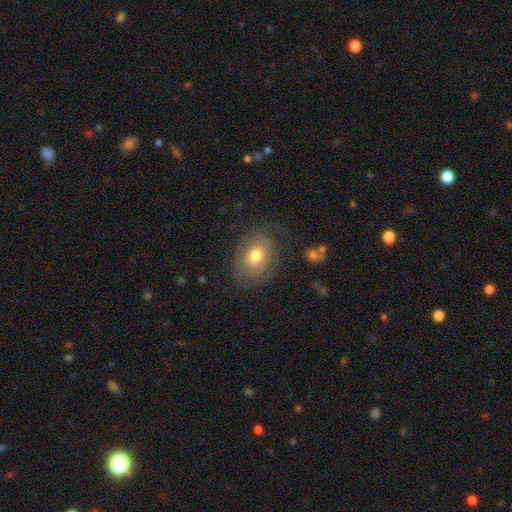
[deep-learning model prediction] Smooth or featured?
  - smooth: 47% *
  - featured or disk: 44%
  - star or artifact: 9%
Merging?
  - none: 66% *
  - minor disturbance: 19%
  - major disturbance: 13%
  - merger: 2%